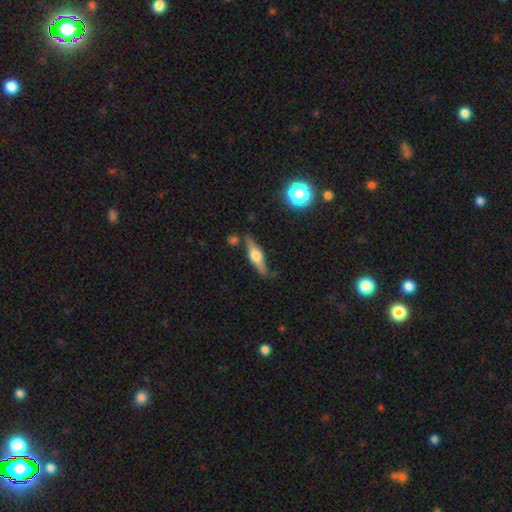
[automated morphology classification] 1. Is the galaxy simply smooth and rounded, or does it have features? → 59% featured or disk, 35% smooth, 7% star or artifact.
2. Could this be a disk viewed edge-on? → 92% yes, 8% no.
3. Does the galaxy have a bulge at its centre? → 93% rounded, 5% boxy, 2% none.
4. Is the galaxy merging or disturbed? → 73% none, 18% minor disturbance, 5% merger, 4% major disturbance.